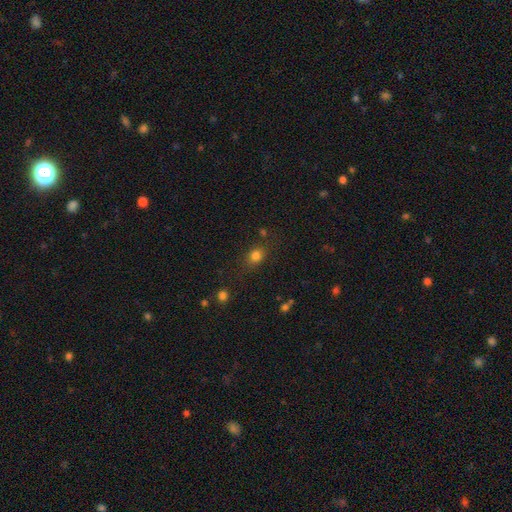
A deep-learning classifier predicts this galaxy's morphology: This appears to be a smooth galaxy with no disk features (79%) that is round (60%). Merging: none (75%).